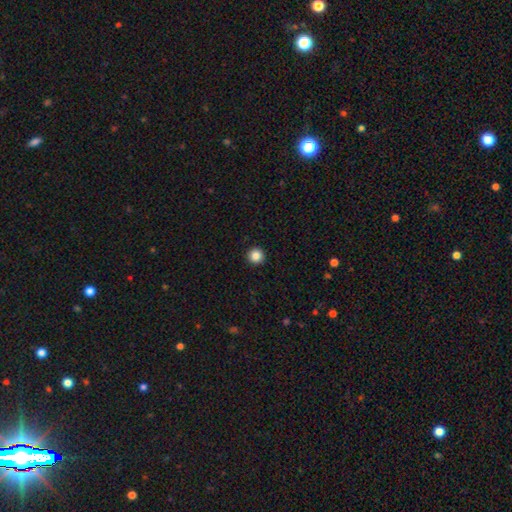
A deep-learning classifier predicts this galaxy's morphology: A smooth galaxy with no disk features (86%) that is round (96%). Merging: none (94%).